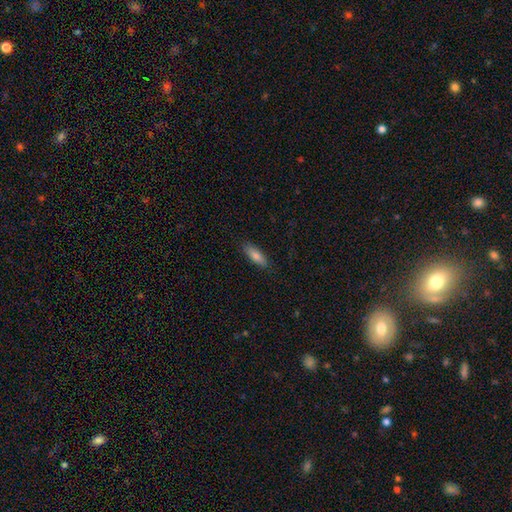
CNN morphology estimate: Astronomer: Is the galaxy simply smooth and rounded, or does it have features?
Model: smooth — 80%.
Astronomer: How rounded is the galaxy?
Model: in between — 58% (runner-up: cigar-shaped, 40%).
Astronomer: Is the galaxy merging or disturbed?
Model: none — 86%.